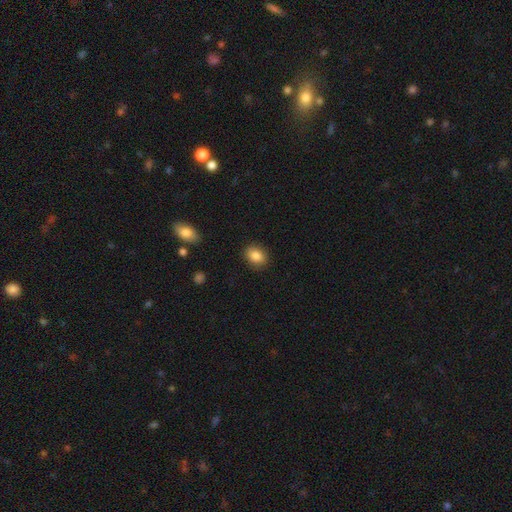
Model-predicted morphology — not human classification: Smooth or featured: smooth — 86% (star or artifact — 9%)
How rounded: in between — 63% (round — 36%)
Merging: none — 88% (minor disturbance — 9%)